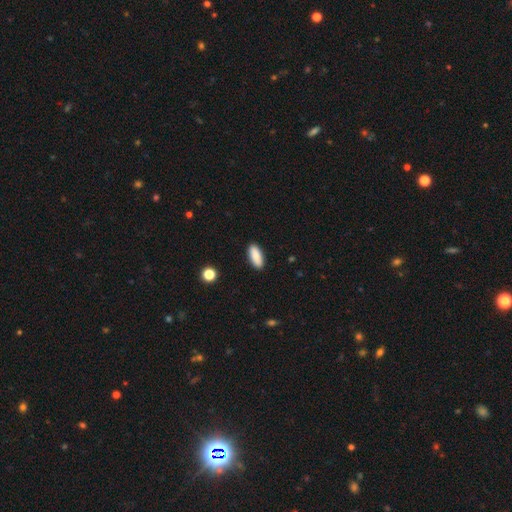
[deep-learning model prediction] Smooth or featured? Predicted: smooth (p=0.88). How rounded? Predicted: in between (p=0.80). Merging? Predicted: none (p=0.89).